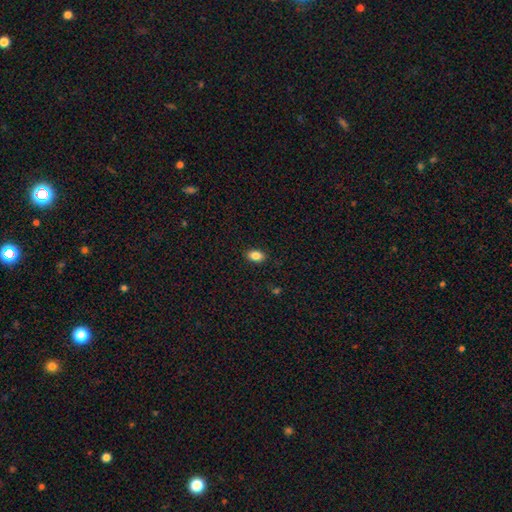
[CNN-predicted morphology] type=smooth (85%); roundness=in between (84%); merging=none (89%).